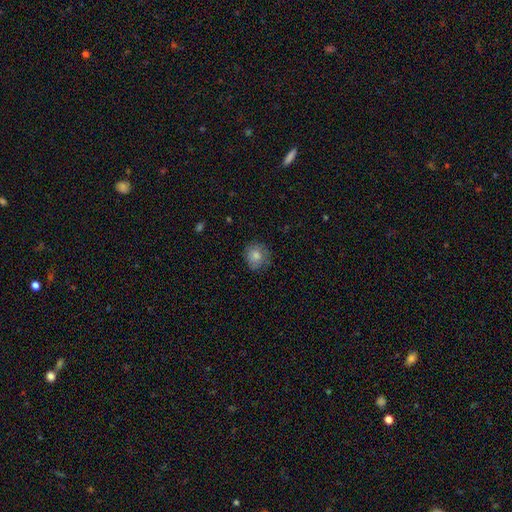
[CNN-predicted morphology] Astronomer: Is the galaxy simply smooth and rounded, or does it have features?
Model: smooth — 78%.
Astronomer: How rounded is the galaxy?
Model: round — 82%.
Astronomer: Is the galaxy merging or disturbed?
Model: none — 74%.